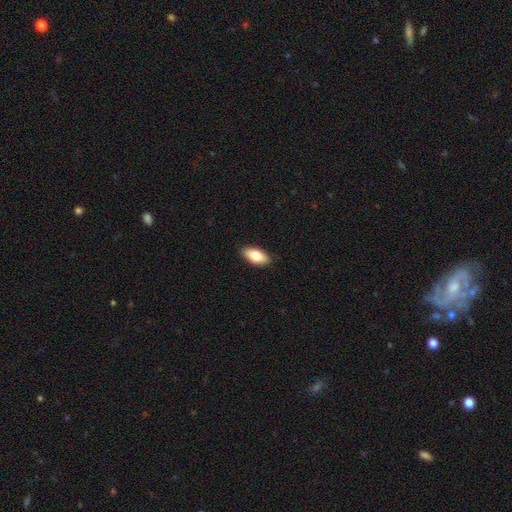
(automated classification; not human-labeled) Smooth or featured: smooth — 79% (featured or disk — 15%)
How rounded: in between — 90% (cigar-shaped — 7%)
Merging: none — 89% (minor disturbance — 8%)